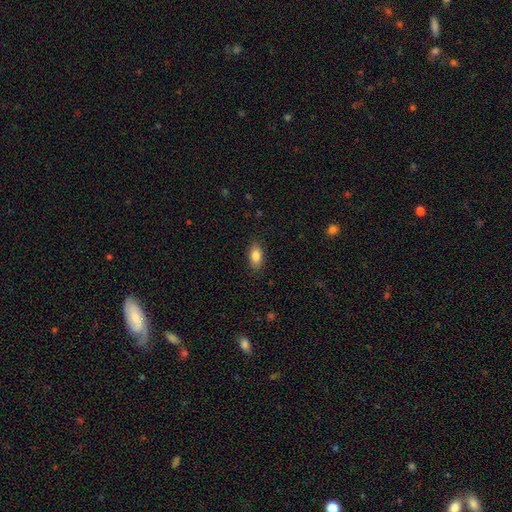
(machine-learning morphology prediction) The model was most divided on "merging": none: 86%, minor disturbance: 10%, major disturbance: 2%, merger: 1%. More confident: how rounded — in between (90%); smooth or featured — smooth (85%).